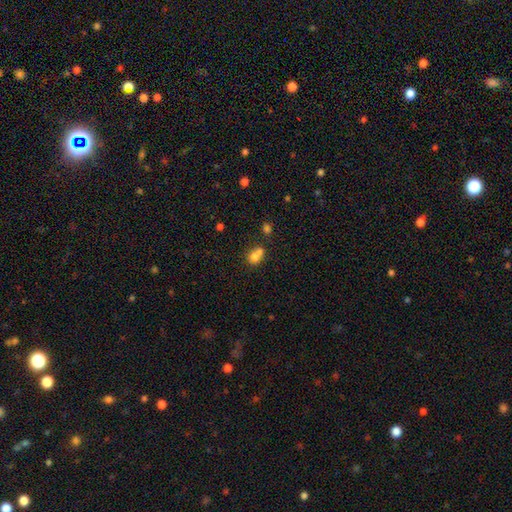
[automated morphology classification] A smooth galaxy with no disk features (73%) that is round (56%). Merging: merger (59%).